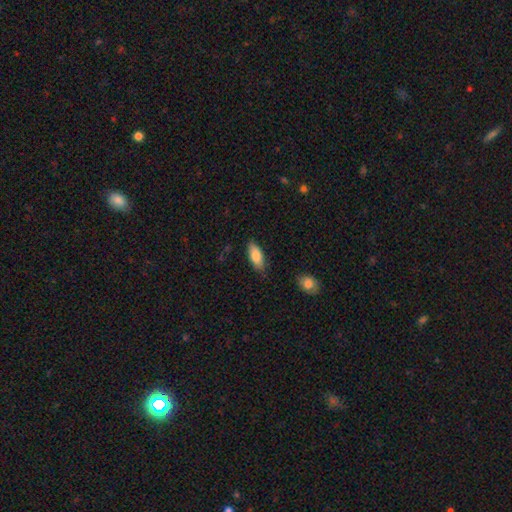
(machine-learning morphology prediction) Overall: smooth (84%). How rounded: in between (84%). Merging: none (79%).